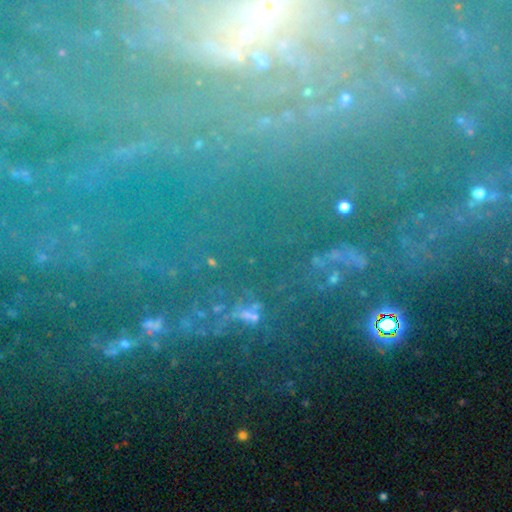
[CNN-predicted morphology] Q: Smooth or featured?
A: featured or disk (43%); runner-up: star or artifact (42%)
Q: Merging?
A: none (70%); runner-up: minor disturbance (14%)